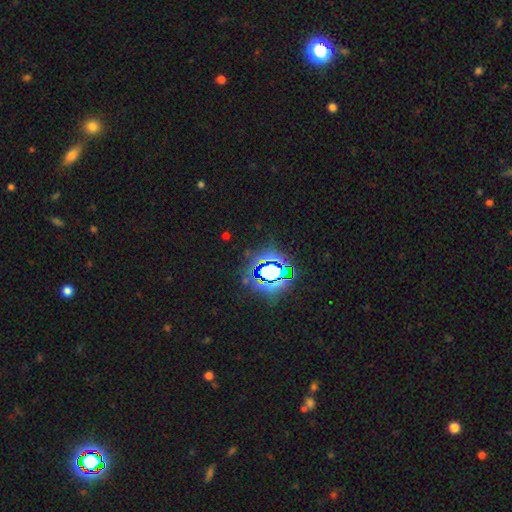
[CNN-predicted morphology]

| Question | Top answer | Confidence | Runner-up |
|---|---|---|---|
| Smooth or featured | star or artifact | 82% | smooth (12%) |